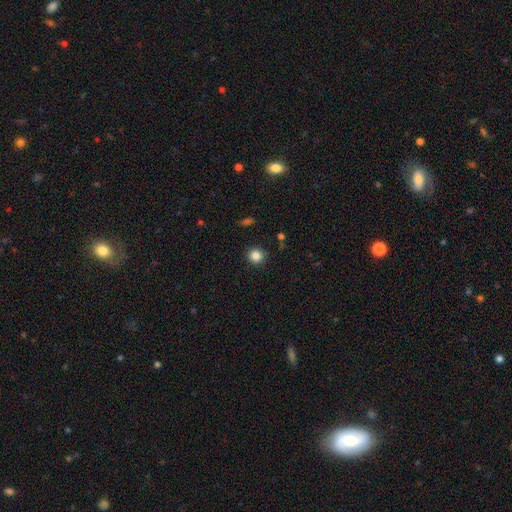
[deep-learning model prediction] Smooth or featured: smooth — 84% (star or artifact — 11%)
How rounded: round — 93% (in between — 7%)
Merging: none — 90% (minor disturbance — 6%)